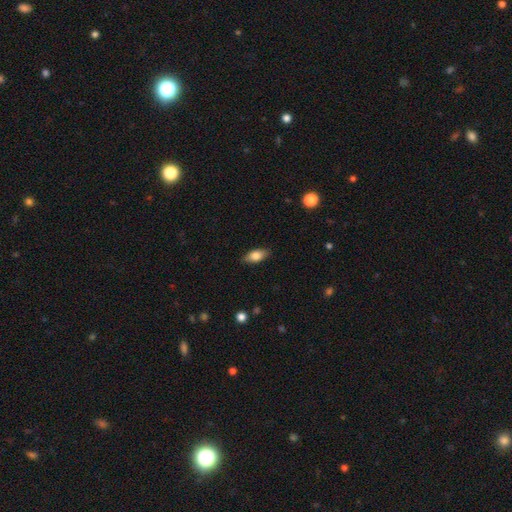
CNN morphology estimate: smooth-or-featured: smooth: 79% | featured or disk: 14% | star or artifact: 7%
  how-rounded: in between: 85% | cigar-shaped: 11% | round: 4%
  merging: none: 86% | minor disturbance: 11% | major disturbance: 2% | merger: 1%